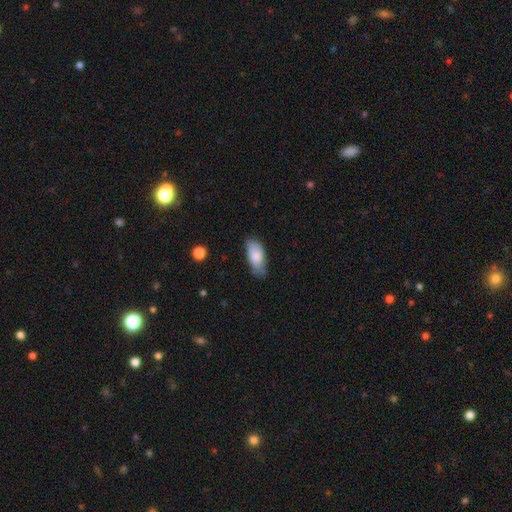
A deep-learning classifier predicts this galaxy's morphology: The model was most divided on "merging": none: 63%, minor disturbance: 29%, major disturbance: 6%, merger: 2%. More confident: how rounded — in between (88%); smooth or featured — smooth (82%).